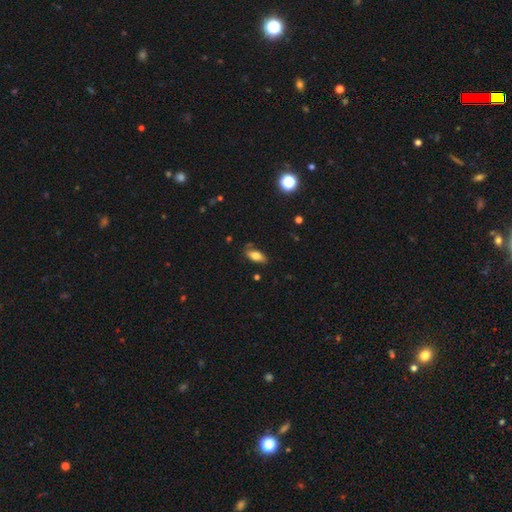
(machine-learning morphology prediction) A smooth galaxy with no disk features (73%) that is in between round and cigar-shaped (81%).

Vote fractions:
- Smooth or featured? smooth: 73% / featured or disk: 19% / star or artifact: 8%
- How rounded? in between: 81% / cigar-shaped: 16% / round: 3%
- Merging? none: 76% / minor disturbance: 17% / major disturbance: 4% / merger: 3%